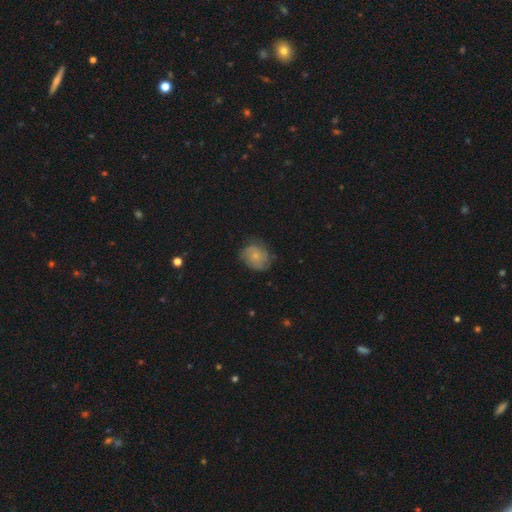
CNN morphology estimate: The model was most divided on "smooth or featured": smooth: 51%, featured or disk: 41%, star or artifact: 8%. More confident: merging — none (64%); how rounded — round (62%).